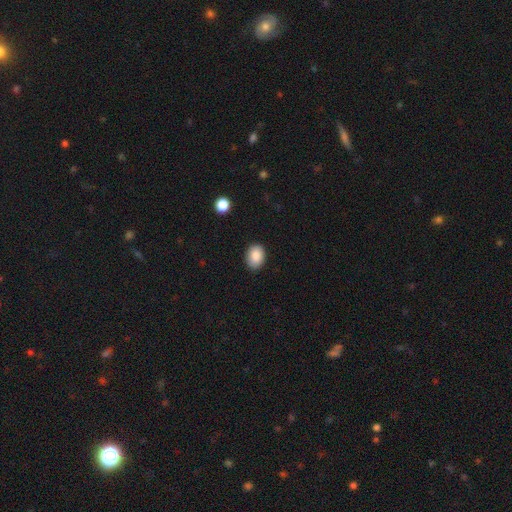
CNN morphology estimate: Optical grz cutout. It shows a smooth galaxy with no disk features (88%) that is in between round and cigar-shaped (71%). Merging: none (87%).